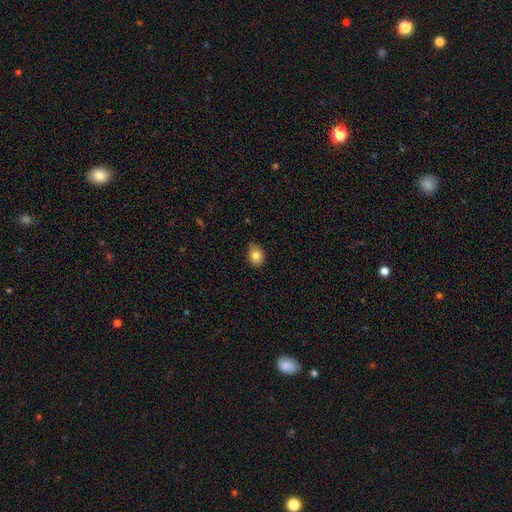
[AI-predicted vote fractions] The model was most divided on "how rounded": in between: 57%, round: 42%, cigar-shaped: 1%. More confident: smooth or featured — smooth (83%); merging — none (80%).